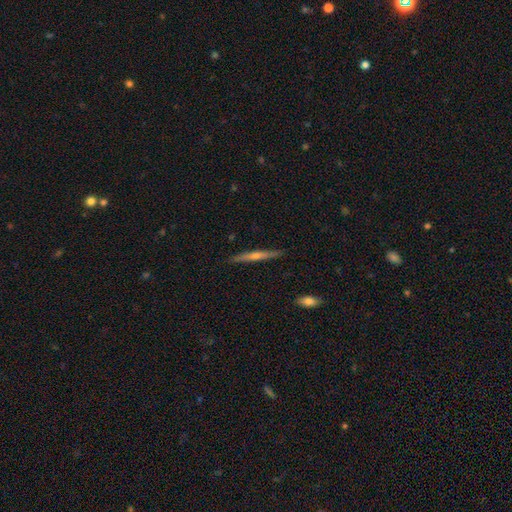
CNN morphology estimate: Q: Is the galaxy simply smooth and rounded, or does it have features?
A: featured or disk — 61%.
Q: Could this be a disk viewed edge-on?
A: yes — 98%.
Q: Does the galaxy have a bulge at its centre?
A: rounded — 68%.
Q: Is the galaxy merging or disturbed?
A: none — 91%.